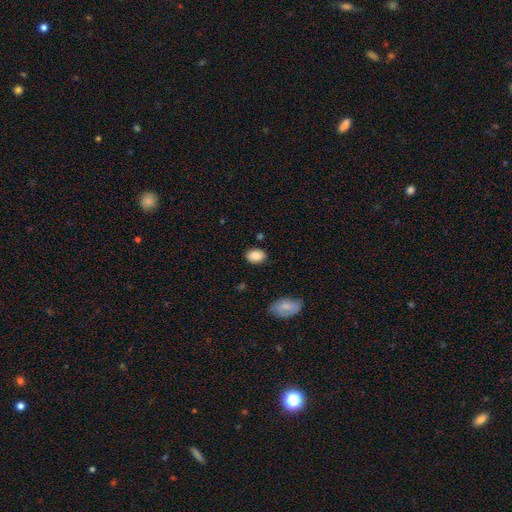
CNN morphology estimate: smooth 85%, star or artifact 8%, featured or disk 7%. Down the decision tree: how rounded — in between (73%); merging — none (83%).